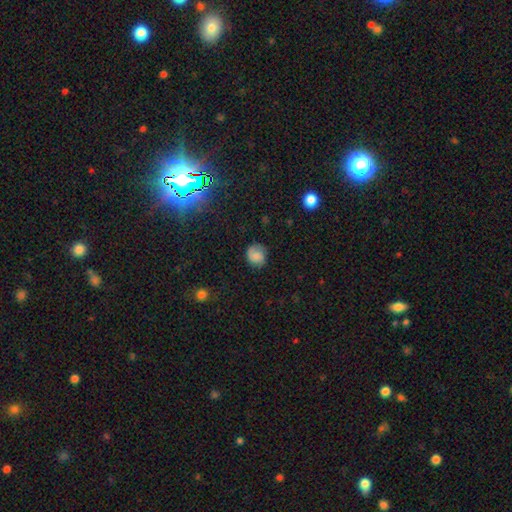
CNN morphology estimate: Overall: smooth (67%). How rounded: round (79%). Merging: none (71%).